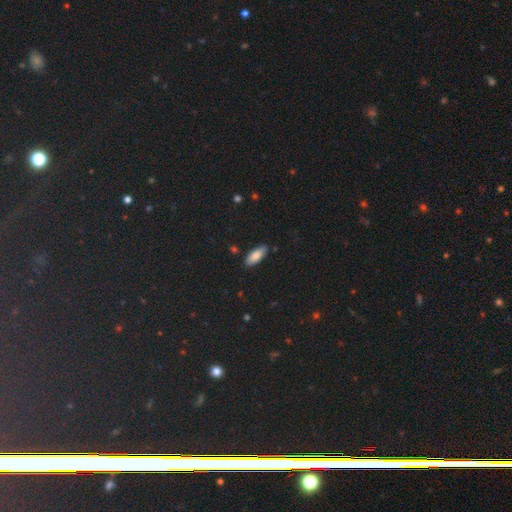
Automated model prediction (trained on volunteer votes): A smooth galaxy with no disk features (82%) that is in between round and cigar-shaped (77%). Merging: none (86%).